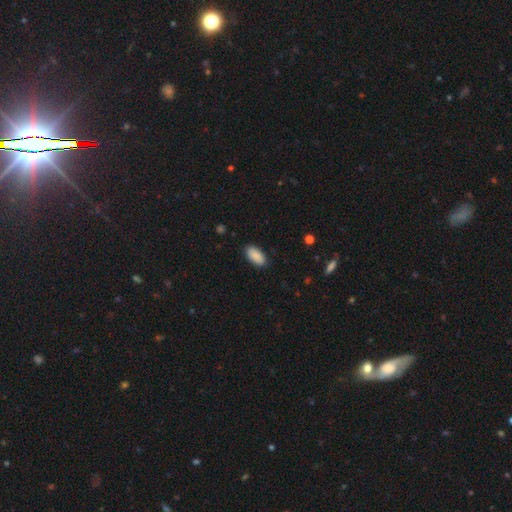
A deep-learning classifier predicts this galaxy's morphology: Smooth or featured? Predicted: smooth (p=0.89). How rounded? Predicted: in between (p=0.94). Merging? Predicted: none (p=0.88).